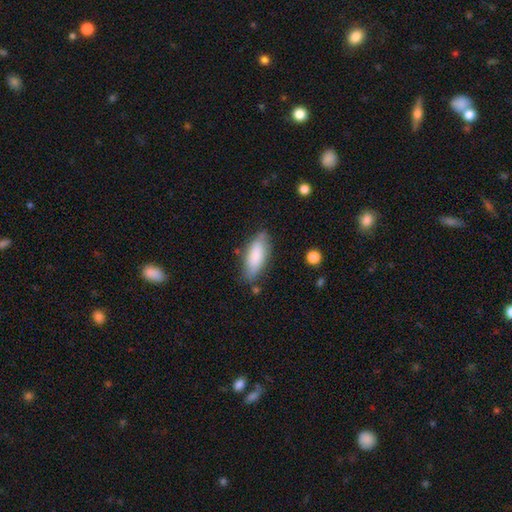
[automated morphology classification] Smooth or featured? Predicted: smooth (p=0.81). How rounded? Predicted: in between (p=0.72). Merging? Predicted: none (p=0.73).